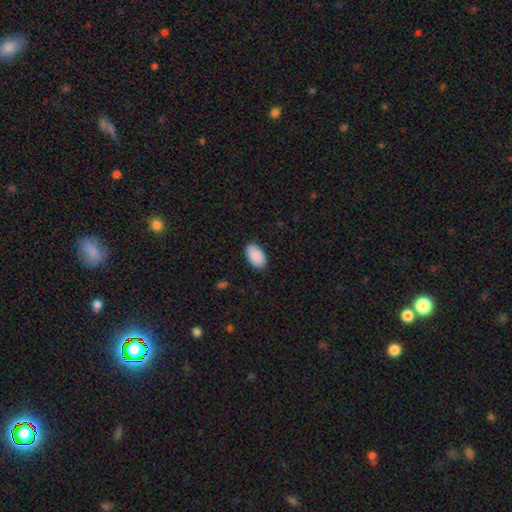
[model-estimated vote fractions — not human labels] smooth_or_featured: smooth (p=0.90) [alt: star or artifact p=0.06]
how_rounded: in between (p=0.95) [alt: round p=0.04]
merging: none (p=0.87) [alt: minor disturbance p=0.10]